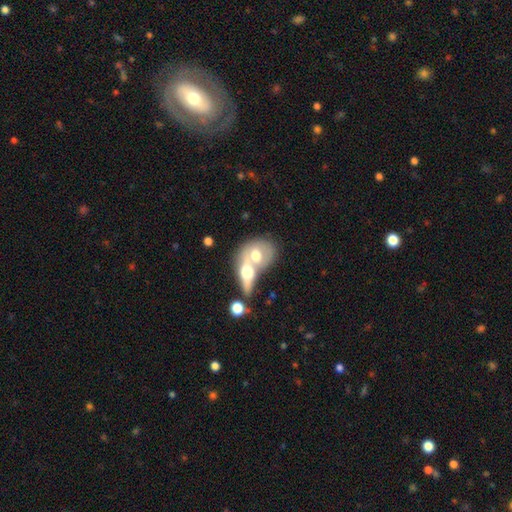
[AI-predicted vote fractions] smooth_or_featured: smooth (p=0.48) [alt: featured or disk p=0.45]
merging: merger (p=0.70) [alt: none p=0.18]